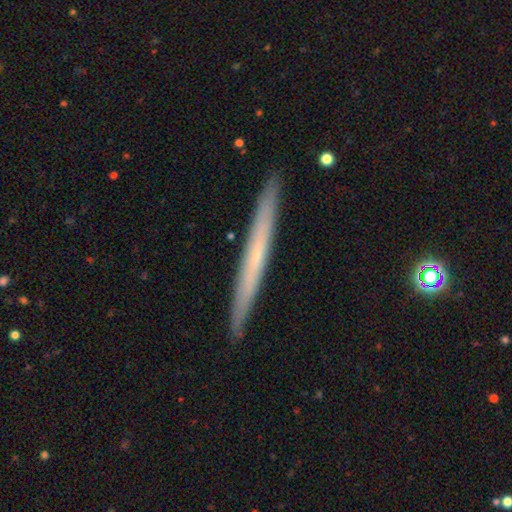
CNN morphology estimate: Smooth or featured? Predicted: featured or disk (p=0.54). Edge-on disk? Predicted: yes (p=0.96). Edge-on bulge? Predicted: none (p=0.83). Merging? Predicted: none (p=0.92).